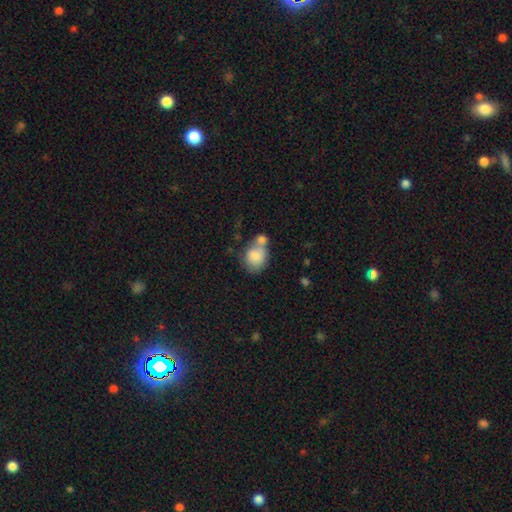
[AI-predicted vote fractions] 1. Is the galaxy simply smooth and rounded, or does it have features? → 81% smooth, 12% featured or disk, 8% star or artifact.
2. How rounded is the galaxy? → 58% round, 41% in between, 1% cigar-shaped.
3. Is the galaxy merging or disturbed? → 47% merger, 32% none, 14% minor disturbance, 7% major disturbance.